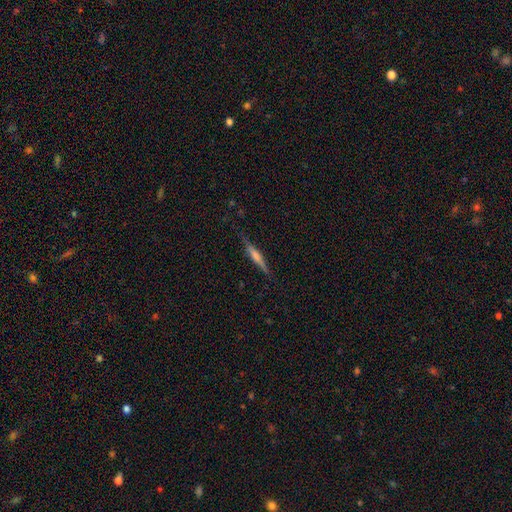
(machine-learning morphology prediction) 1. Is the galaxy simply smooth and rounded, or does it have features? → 57% featured or disk, 36% smooth, 7% star or artifact.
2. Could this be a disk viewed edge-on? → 97% yes, 3% no.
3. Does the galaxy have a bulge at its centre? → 56% rounded, 25% none, 19% boxy.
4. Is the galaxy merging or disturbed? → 83% none, 13% minor disturbance, 3% major disturbance, 1% merger.